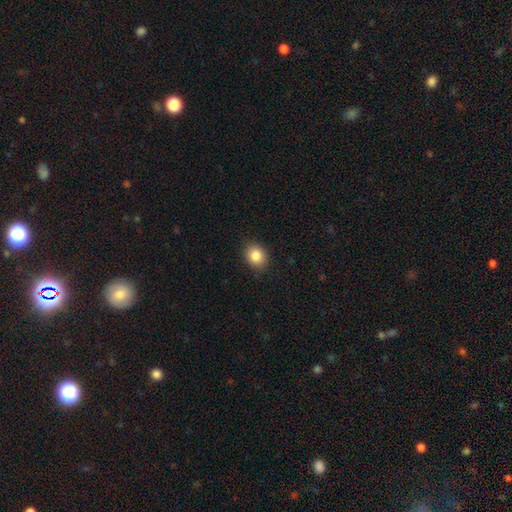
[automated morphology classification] A smooth galaxy with no disk features (85%) that is round (56%). Merging: none (88%).